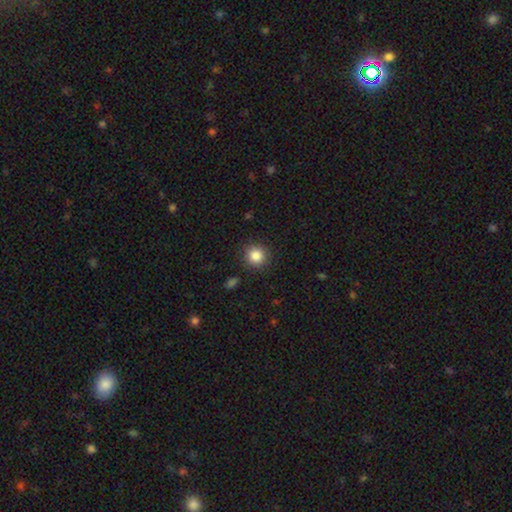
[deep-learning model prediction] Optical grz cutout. It shows a smooth galaxy with no disk features (85%) that is round (93%). Merging: none (89%).